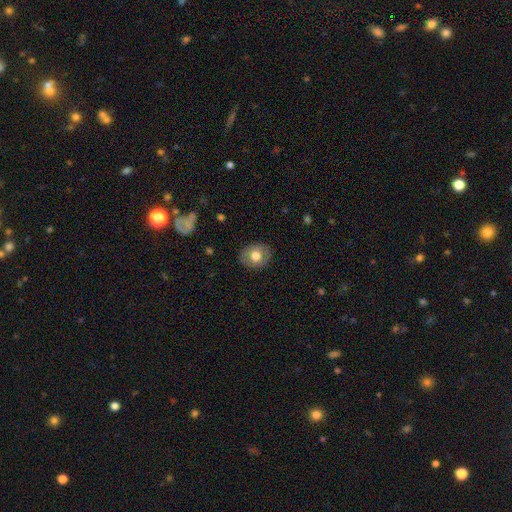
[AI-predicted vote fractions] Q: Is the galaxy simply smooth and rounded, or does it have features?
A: smooth — 72%.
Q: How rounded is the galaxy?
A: round — 59%.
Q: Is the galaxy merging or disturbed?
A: none — 86%.